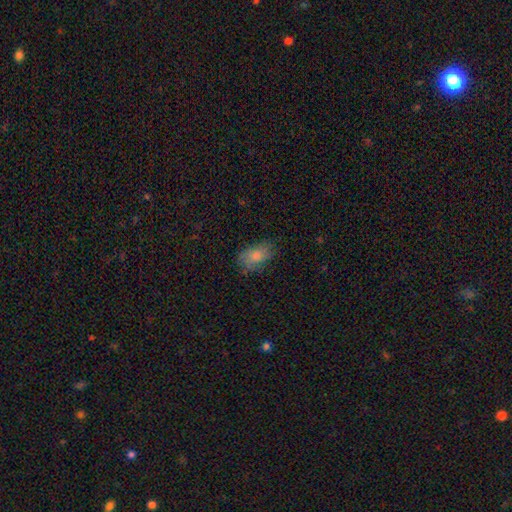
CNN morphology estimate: A smooth galaxy with no disk features (77%) that is in between round and cigar-shaped (88%).

Vote fractions:
- Smooth or featured? smooth: 77% / featured or disk: 13% / star or artifact: 10%
- How rounded? in between: 88% / round: 9% / cigar-shaped: 3%
- Merging? none: 74% / minor disturbance: 20% / major disturbance: 5% / merger: 1%